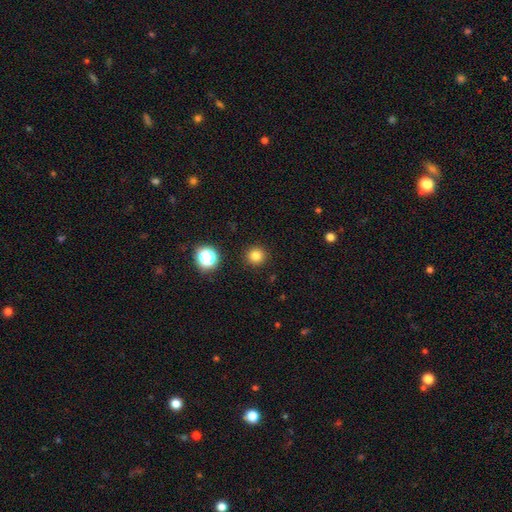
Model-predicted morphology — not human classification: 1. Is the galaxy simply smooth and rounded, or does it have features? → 80% smooth, 15% star or artifact, 5% featured or disk.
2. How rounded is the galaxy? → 95% round, 4% in between, 1% cigar-shaped.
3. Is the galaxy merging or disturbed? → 92% none, 5% minor disturbance, 2% major disturbance, 1% merger.